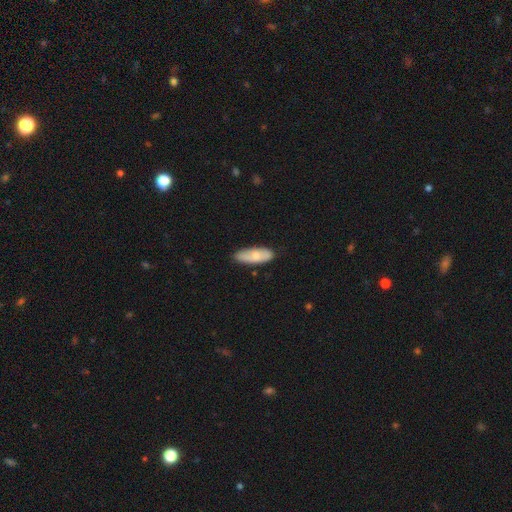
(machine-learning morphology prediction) Smooth or featured?
  - smooth: 75% *
  - featured or disk: 19%
  - star or artifact: 5%
How rounded?
  - in between: 70% *
  - cigar-shaped: 28%
  - round: 2%
Merging?
  - none: 79% *
  - minor disturbance: 17%
  - major disturbance: 3%
  - merger: 2%